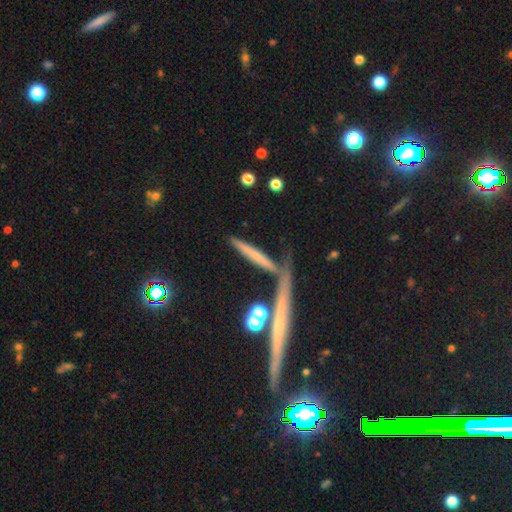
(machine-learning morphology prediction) Smooth or featured: smooth — 50% (featured or disk — 38%)
How rounded: cigar-shaped — 88% (in between — 7%)
Merging: none — 61% (merger — 19%)